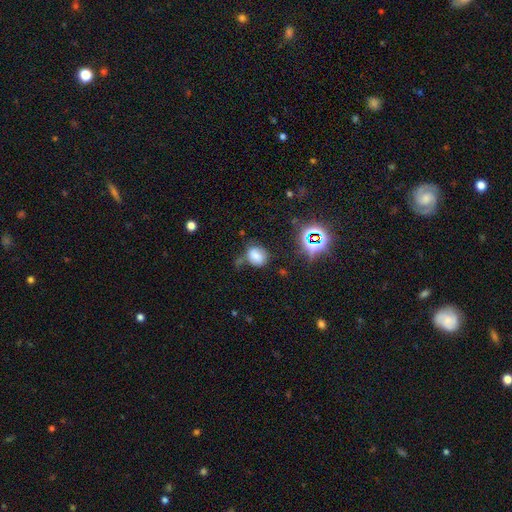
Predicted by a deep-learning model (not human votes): Smooth or featured? smooth (65%)
How rounded? in between (49%, tied with round)
Merging? none (58%)